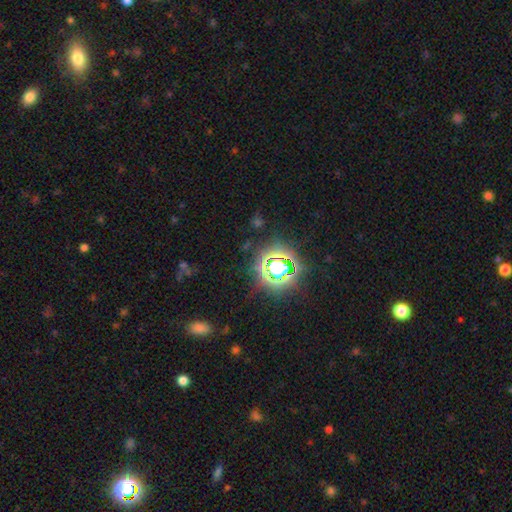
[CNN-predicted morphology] A star or artifact, not a galaxy (78%).